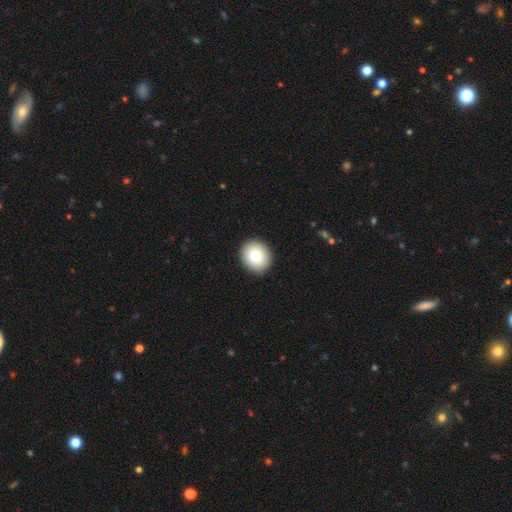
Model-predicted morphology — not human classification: This is clearly a smooth galaxy (82%). How rounded: likely round (78%). Merging: clearly none (92%).